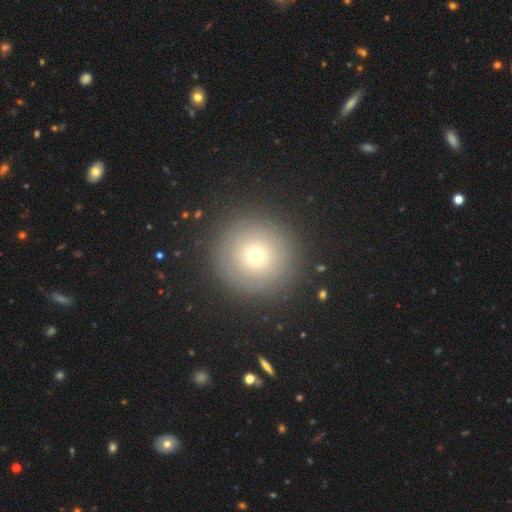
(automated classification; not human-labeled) Smooth or featured? smooth (64%)
How rounded? round (96%)
Merging? none (89%)